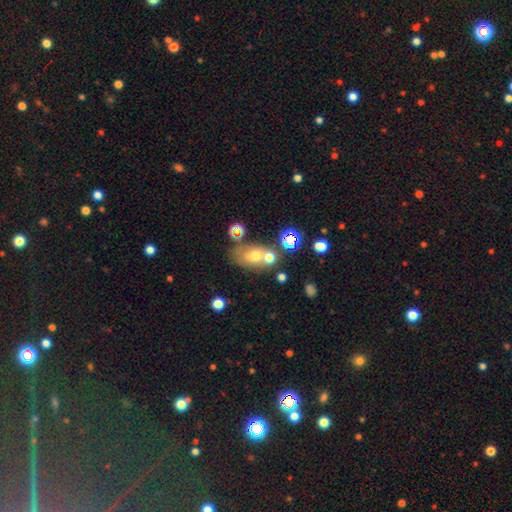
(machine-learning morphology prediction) This is likely a smooth galaxy (60%). How rounded: likely in between (72%). Merging: possibly none (49%).